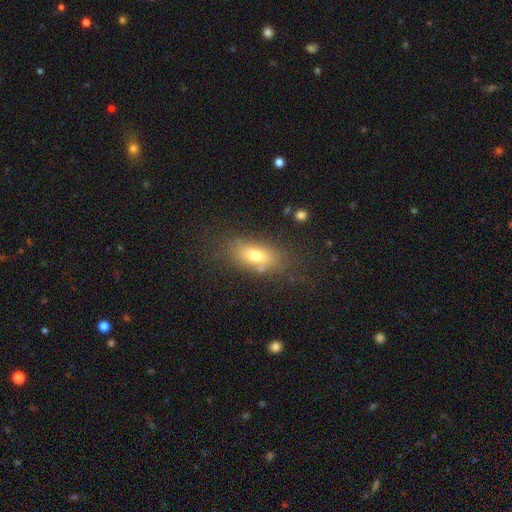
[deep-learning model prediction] Smooth or featured: smooth — 71% (featured or disk — 18%)
How rounded: in between — 83% (cigar-shaped — 9%)
Merging: none — 71% (minor disturbance — 17%)